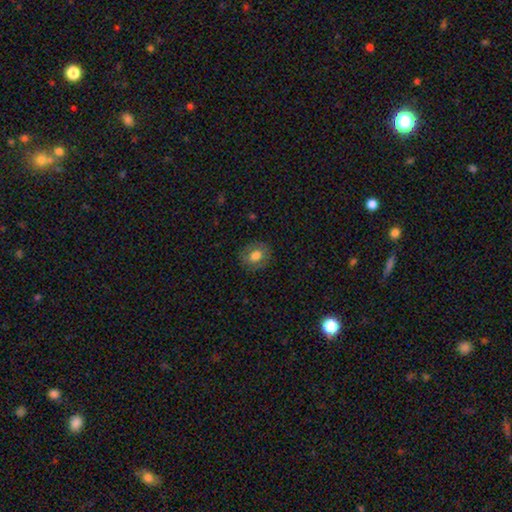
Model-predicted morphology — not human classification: Overall: smooth (75%). How rounded: round (62%; in between 37%). Merging: none (85%).